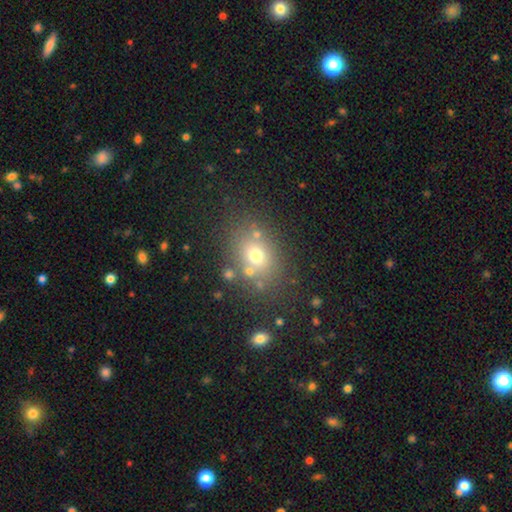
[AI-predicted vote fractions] Overall: smooth (66%). How rounded: in between (52%; round 47%). Merging: none (73%).